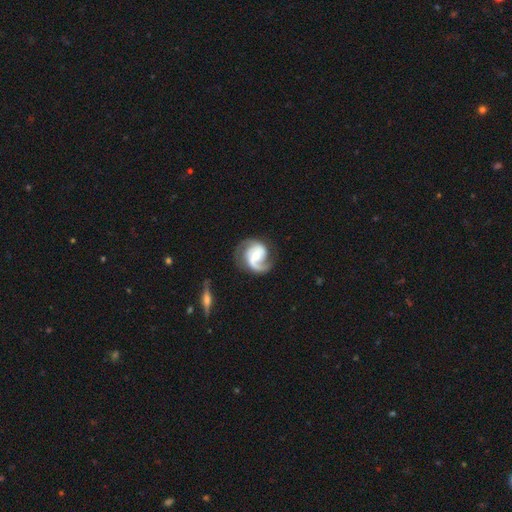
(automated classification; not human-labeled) A featured or disk galaxy (87%) with a weak bar (41%), 2 (79%) medium (50%) spiral arms (97%) and a moderate central bulge (58%).

Vote fractions:
- Smooth or featured? featured or disk: 87% / smooth: 8% / star or artifact: 4%
- Edge-on disk? no: 98% / yes: 2%
- Bar? weak: 41% / no: 40% / strong: 20%
- Spiral arms? yes: 97% / no: 3%
- Spiral winding? medium: 50% / tight: 29% / loose: 21%
- Spiral arm count? 2: 79% / 1: 14% / can't tell: 3% / 3: 2% / 4: 1% / more than 4: 1%
- Bulge size? moderate: 58% / small: 33% / large: 6% / none: 2% / dominant: 1%
- Merging? none: 69% / minor disturbance: 18% / major disturbance: 11% / merger: 2%